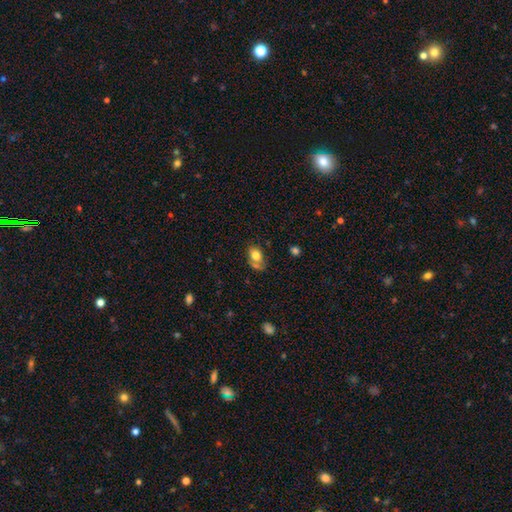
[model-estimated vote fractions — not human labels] This appears to be a smooth galaxy with no disk features (74%) that is in between round and cigar-shaped (73%). Merging: none (46%).